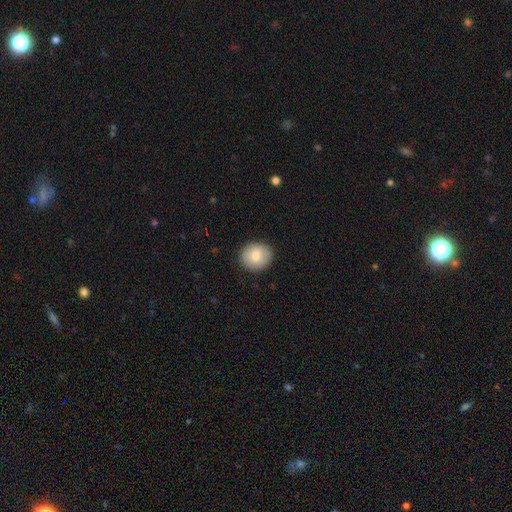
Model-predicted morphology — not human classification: The model was most divided on "how rounded": round: 77%, in between: 22%, cigar-shaped: 1%. More confident: merging — none (89%); smooth or featured — smooth (79%).